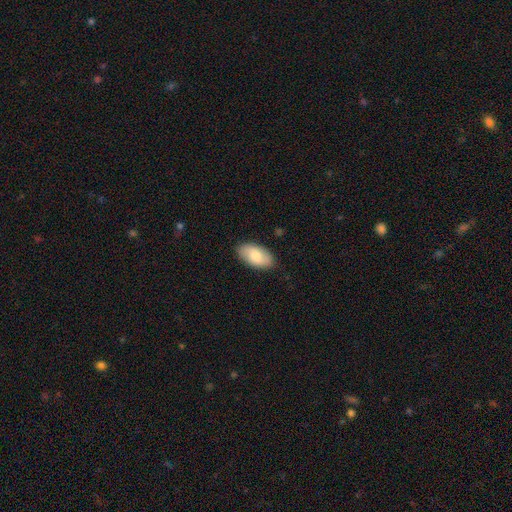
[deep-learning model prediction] smooth_or_featured: smooth (p=0.73) [alt: featured or disk p=0.21]
how_rounded: in between (p=0.95) [alt: round p=0.03]
merging: none (p=0.87) [alt: minor disturbance p=0.10]